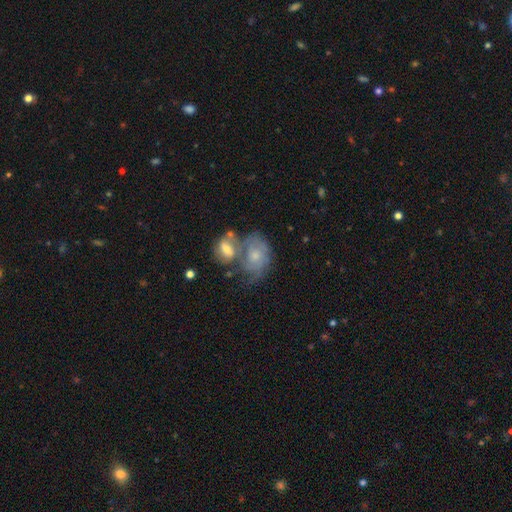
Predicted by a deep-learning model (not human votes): This appears to be a featured or disk galaxy (51%). Merging: merger (50%).